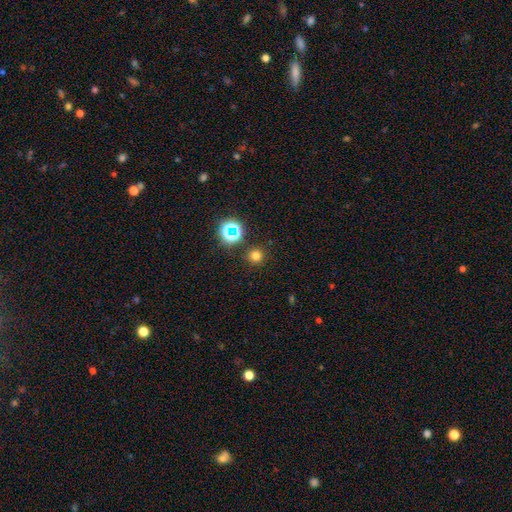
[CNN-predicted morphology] Overall: smooth (71%). How rounded: round (95%). Merging: none (89%).